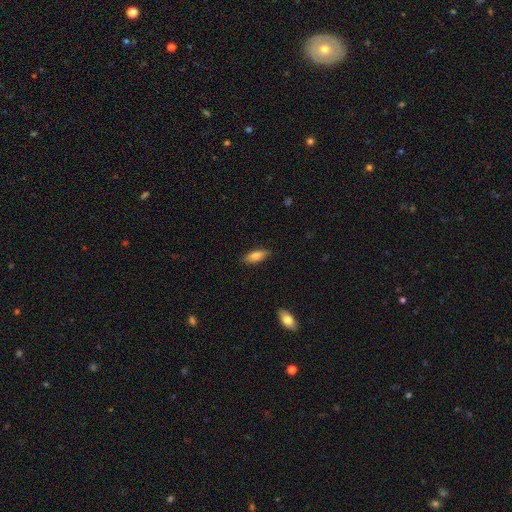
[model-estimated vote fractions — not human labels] Smooth or featured? smooth (82%)
How rounded? in between (77%)
Merging? none (85%)